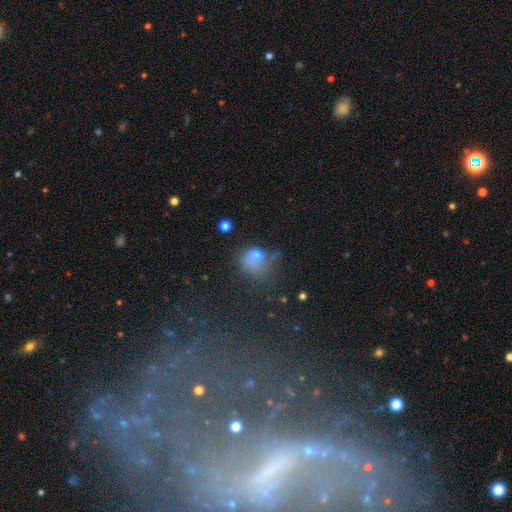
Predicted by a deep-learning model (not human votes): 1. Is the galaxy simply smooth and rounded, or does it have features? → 65% smooth, 19% featured or disk, 16% star or artifact.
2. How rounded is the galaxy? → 53% round, 46% in between, 1% cigar-shaped.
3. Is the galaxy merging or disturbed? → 42% major disturbance, 24% none, 22% minor disturbance, 12% merger.